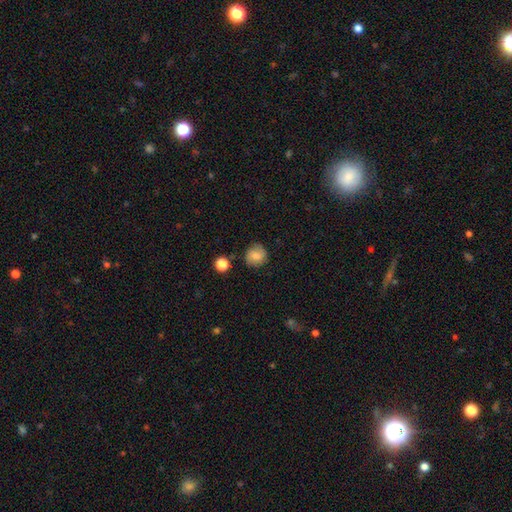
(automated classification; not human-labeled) smooth_or_featured: smooth (p=0.72) [alt: featured or disk p=0.18]
how_rounded: round (p=0.88) [alt: in between p=0.11]
merging: none (p=0.80) [alt: minor disturbance p=0.14]